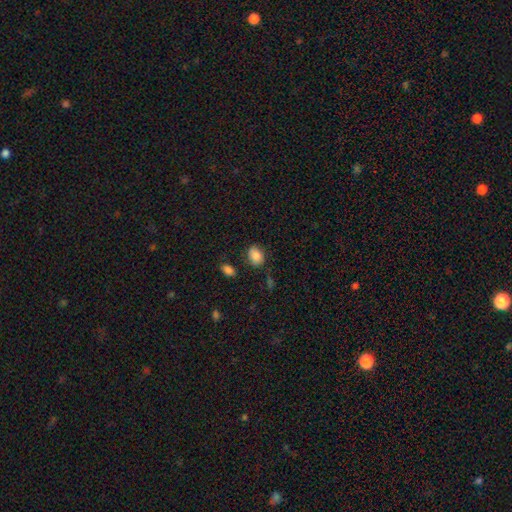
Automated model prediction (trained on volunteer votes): Overall: smooth (82%). How rounded: in between (59%; round 40%). Merging: none (72%).